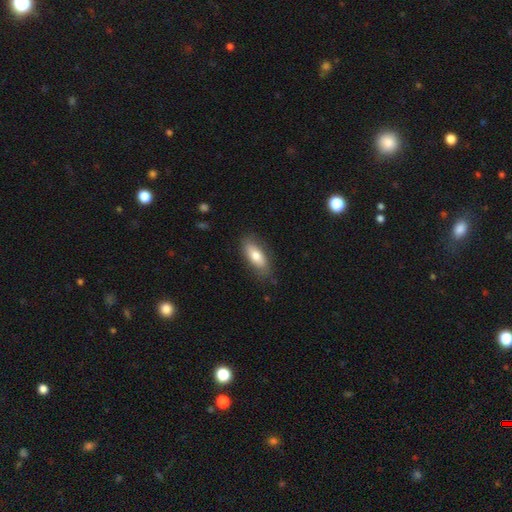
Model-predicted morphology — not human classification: The model was most divided on "smooth or featured": smooth: 74%, featured or disk: 20%, star or artifact: 6%. More confident: merging — none (80%); how rounded — in between (77%).